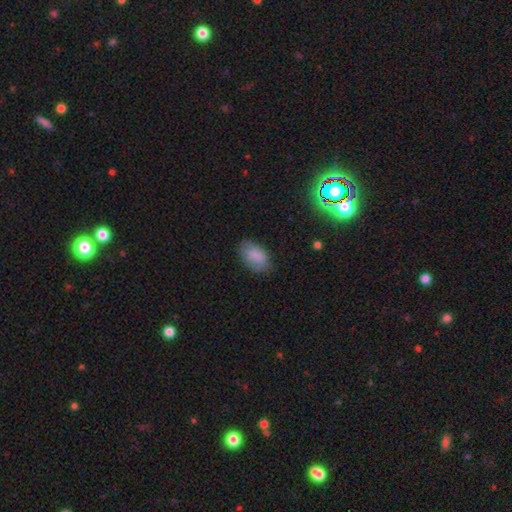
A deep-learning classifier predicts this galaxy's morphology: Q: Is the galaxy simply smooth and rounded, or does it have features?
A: smooth — 82%.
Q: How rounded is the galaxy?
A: in between — 91%.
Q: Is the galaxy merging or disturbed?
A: none — 69%.